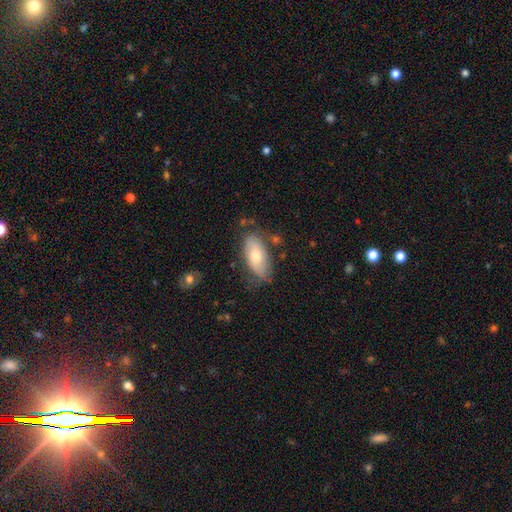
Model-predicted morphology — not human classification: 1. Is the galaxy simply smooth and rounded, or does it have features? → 63% smooth, 30% featured or disk, 7% star or artifact.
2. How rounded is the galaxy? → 89% in between, 9% cigar-shaped, 3% round.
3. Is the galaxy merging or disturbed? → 70% none, 22% minor disturbance, 5% major disturbance, 3% merger.